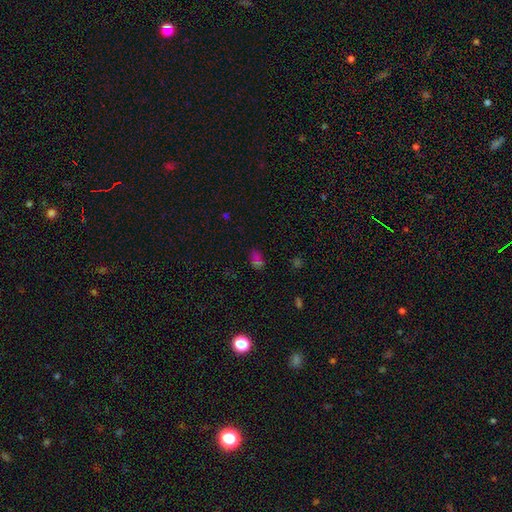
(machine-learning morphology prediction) smooth 51%, star or artifact 40%, featured or disk 9%. Down the decision tree: how rounded — in between (77%); merging — none (64%).